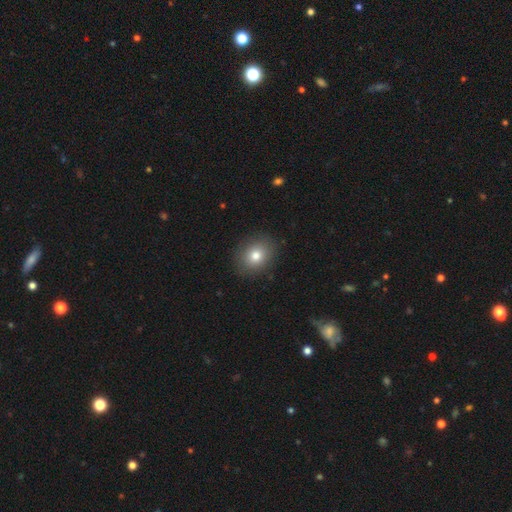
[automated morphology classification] Smooth or featured? Predicted: smooth (p=0.79). How rounded? Predicted: round (p=0.58). Merging? Predicted: none (p=0.88).